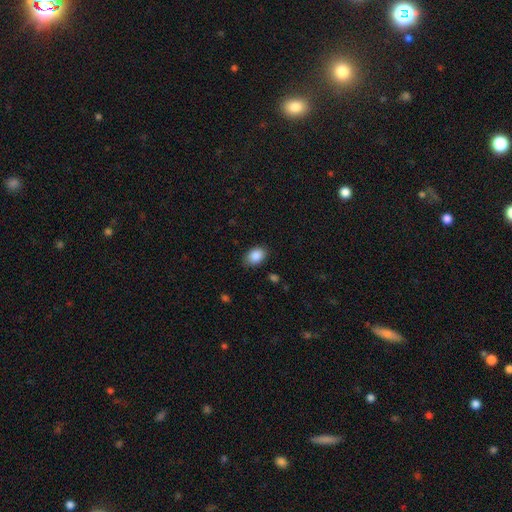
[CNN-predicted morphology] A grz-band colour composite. It shows a smooth galaxy with no disk features (88%) that is in between round and cigar-shaped (79%). Merging: none (82%).